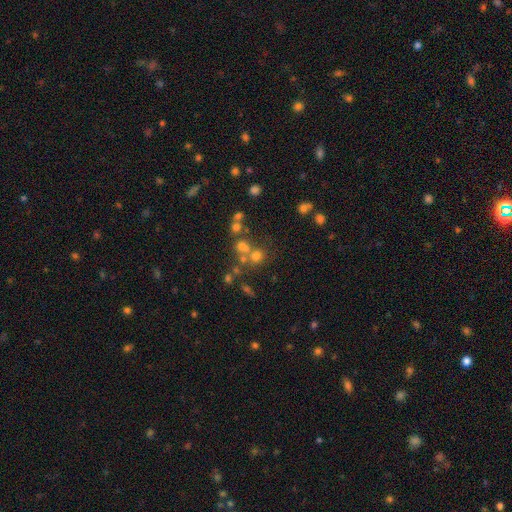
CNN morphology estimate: star or artifact 43%, smooth 37%, featured or disk 19%.